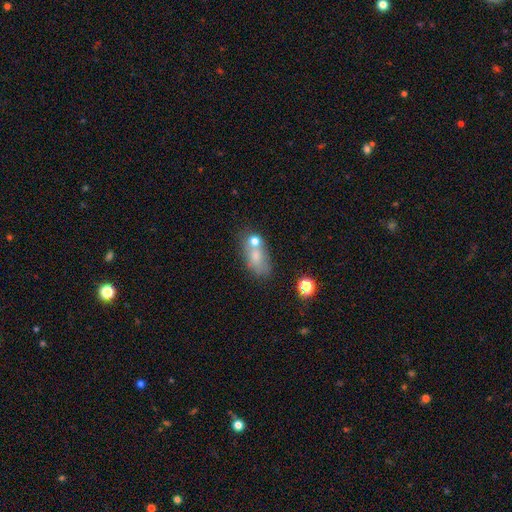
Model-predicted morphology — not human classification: This appears to be a smooth galaxy with no disk features (64%) that is in between round and cigar-shaped (79%). Merging: none (39%).